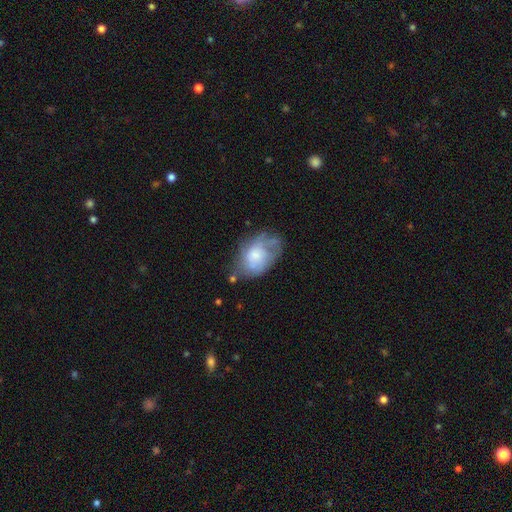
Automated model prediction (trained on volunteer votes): A smooth galaxy with no disk features (48%). Merging: none (39%).